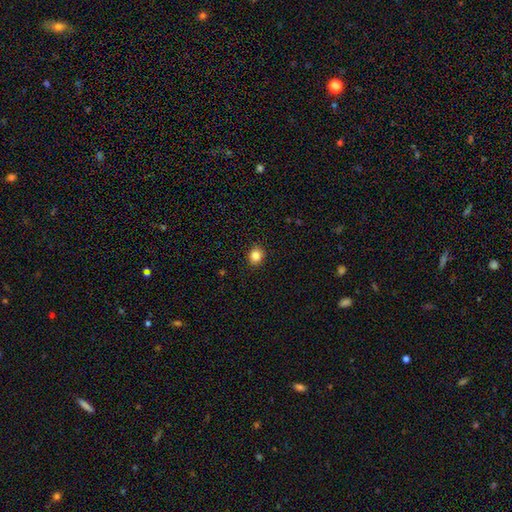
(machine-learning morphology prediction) smooth 85%, star or artifact 11%, featured or disk 4%. Down the decision tree: how rounded — round (73%); merging — none (91%).